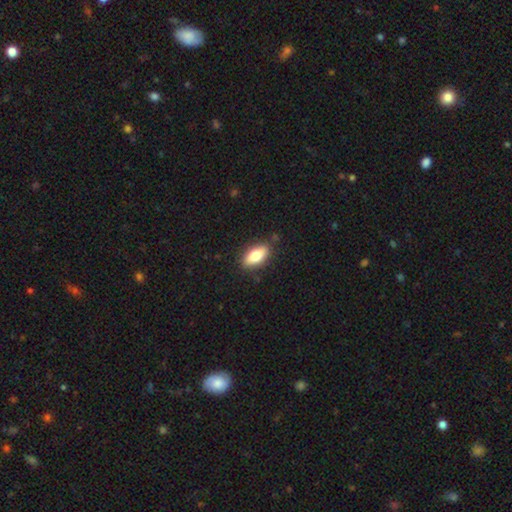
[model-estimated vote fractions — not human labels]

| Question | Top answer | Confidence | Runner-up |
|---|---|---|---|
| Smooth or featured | smooth | 74% | featured or disk (19%) |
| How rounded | in between | 85% | cigar-shaped (11%) |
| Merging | none | 85% | minor disturbance (11%) |